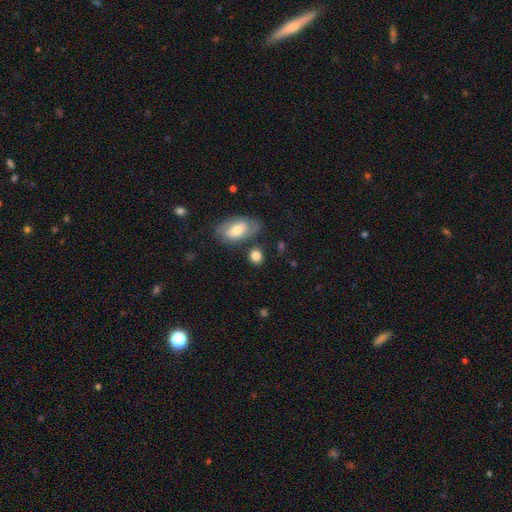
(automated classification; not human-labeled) A smooth galaxy with no disk features (80%) that is round (57%).

Vote fractions:
- Smooth or featured? smooth: 80% / featured or disk: 12% / star or artifact: 8%
- How rounded? round: 57% / in between: 40% / cigar-shaped: 2%
- Merging? none: 71% / minor disturbance: 15% / merger: 9% / major disturbance: 5%